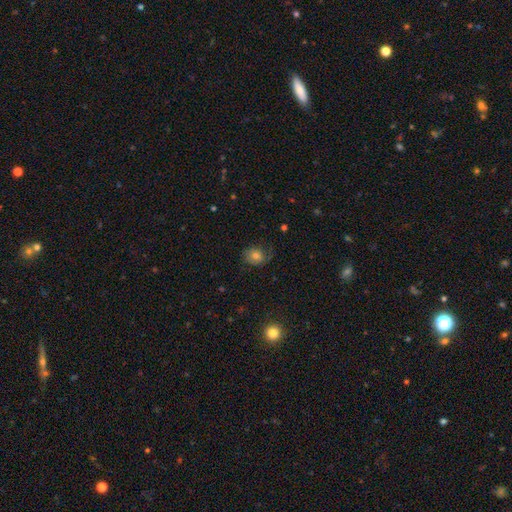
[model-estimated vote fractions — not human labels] smooth_or_featured: smooth (p=0.63) [alt: featured or disk p=0.24]
how_rounded: round (p=0.66) [alt: in between p=0.33]
merging: none (p=0.62) [alt: minor disturbance p=0.22]